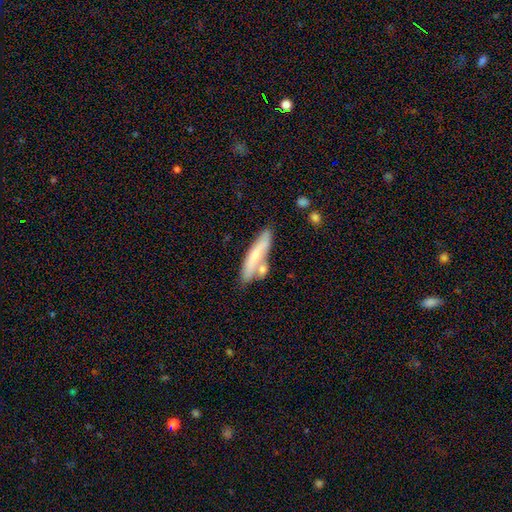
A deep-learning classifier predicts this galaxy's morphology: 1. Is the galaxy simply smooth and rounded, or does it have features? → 58% smooth, 36% featured or disk, 6% star or artifact.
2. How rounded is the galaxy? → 78% cigar-shaped, 20% in between, 2% round.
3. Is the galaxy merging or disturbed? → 58% none, 21% merger, 17% minor disturbance, 4% major disturbance.